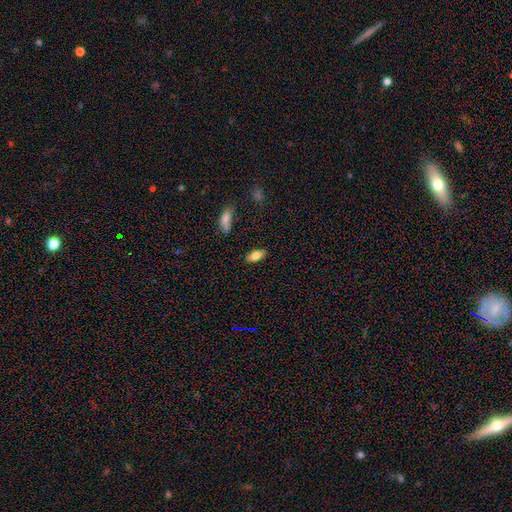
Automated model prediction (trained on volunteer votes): smooth 77%, featured or disk 16%, star or artifact 7%. Down the decision tree: how rounded — in between (82%); merging — none (87%).